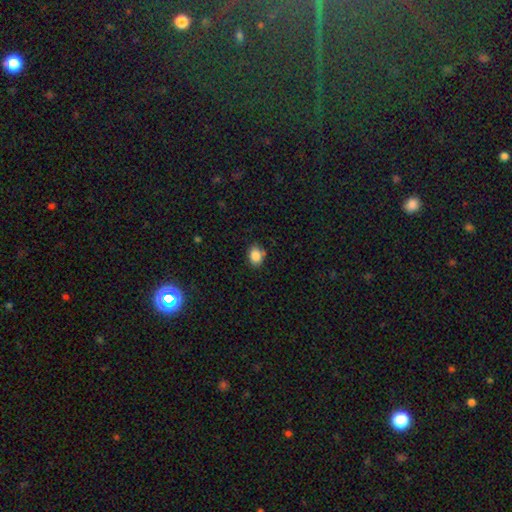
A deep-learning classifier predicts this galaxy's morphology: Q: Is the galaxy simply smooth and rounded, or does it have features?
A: smooth — 86%.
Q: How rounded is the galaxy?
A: in between — 59%.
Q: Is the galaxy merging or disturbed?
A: none — 76%.